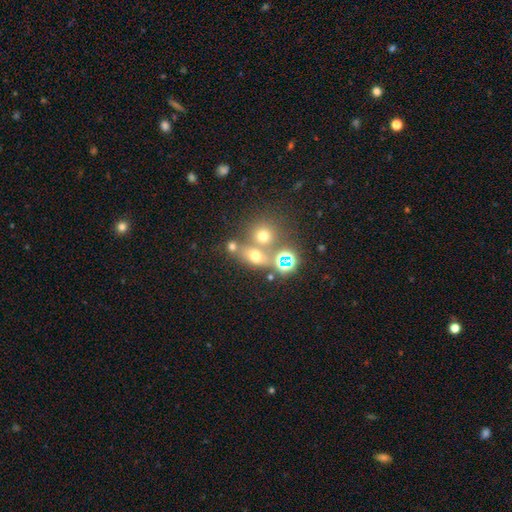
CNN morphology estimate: Overall: smooth (58%; star or artifact 28%). How rounded: round (50%; in between 46%). Merging: none (52%; merger 33%).